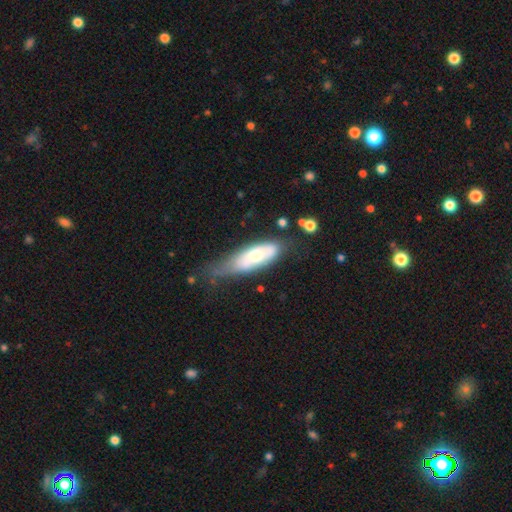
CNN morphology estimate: Smooth or featured: smooth — 51% (featured or disk — 42%)
How rounded: in between — 65% (cigar-shaped — 33%)
Merging: none — 39% (minor disturbance — 35%)